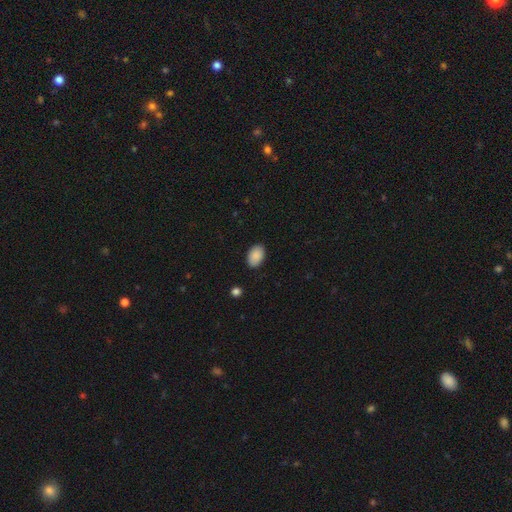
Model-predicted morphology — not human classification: smooth-or-featured: smooth: 90% | star or artifact: 7% | featured or disk: 3%
  how-rounded: in between: 88% | round: 11% | cigar-shaped: 1%
  merging: none: 88% | minor disturbance: 9% | major disturbance: 2% | merger: 1%